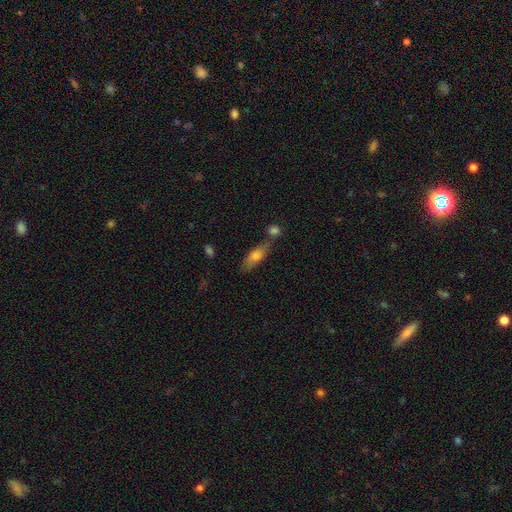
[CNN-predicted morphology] Q: Smooth or featured?
A: smooth (71%); runner-up: featured or disk (22%)
Q: How rounded?
A: in between (58%); runner-up: cigar-shaped (39%)
Q: Merging?
A: none (62%); runner-up: merger (19%)